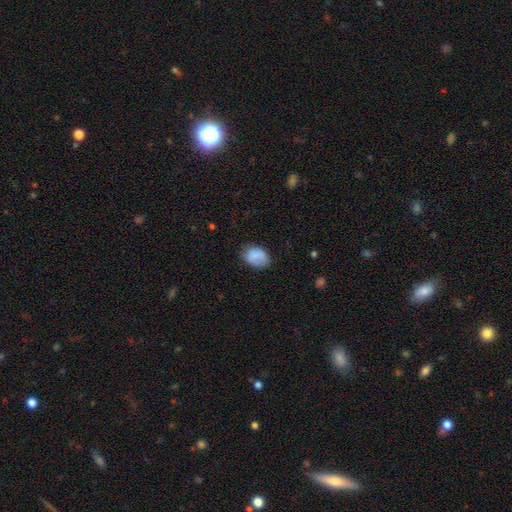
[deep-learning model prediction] This is clearly a smooth galaxy (83%). How rounded: likely in between (80%). Merging: likely none (71%).